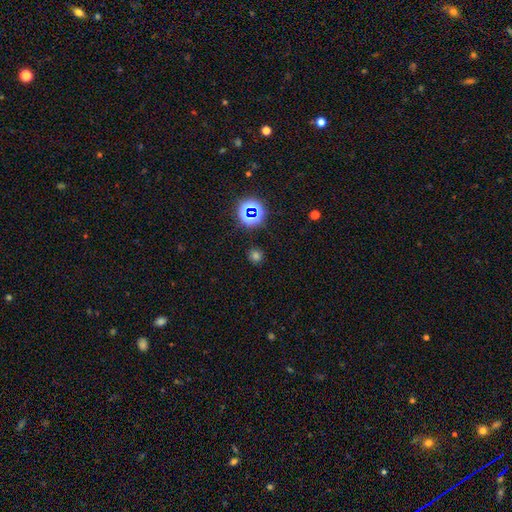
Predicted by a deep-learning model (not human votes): Overall: smooth (65%; star or artifact 29%). How rounded: round (91%). Merging: none (89%).